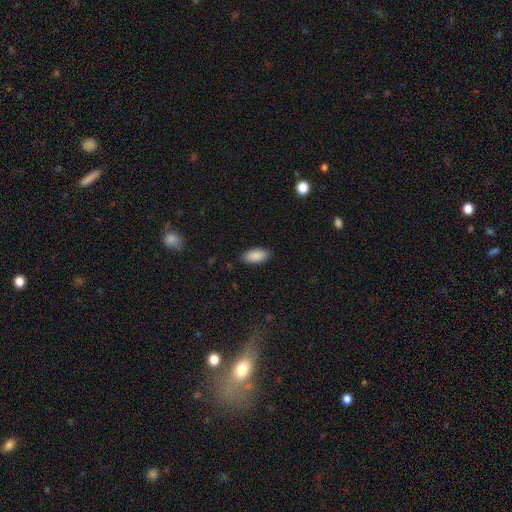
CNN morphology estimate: A smooth galaxy with no disk features (90%) that is in between round and cigar-shaped (92%). Merging: none (88%).